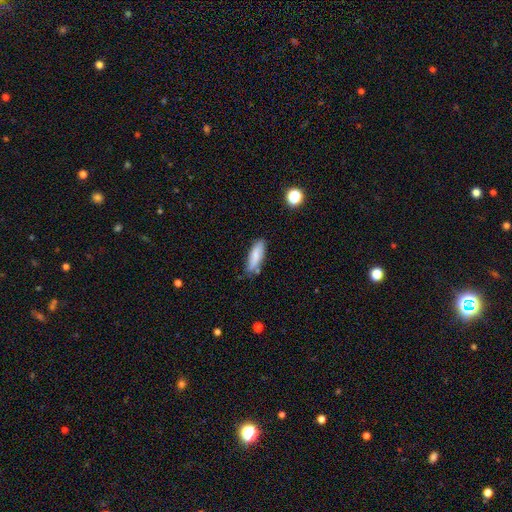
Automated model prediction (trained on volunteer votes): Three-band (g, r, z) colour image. It shows a smooth galaxy with no disk features (75%) that is in between round and cigar-shaped (53%). Merging: none (71%).